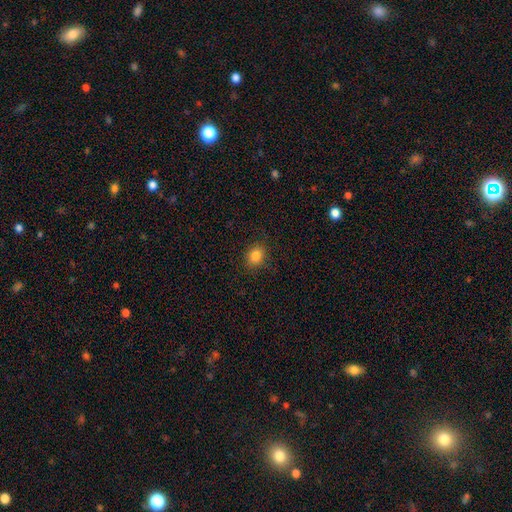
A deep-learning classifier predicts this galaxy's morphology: The model was most divided on "how rounded": round: 60%, in between: 39%, cigar-shaped: 1%. More confident: merging — none (88%); smooth or featured — smooth (84%).